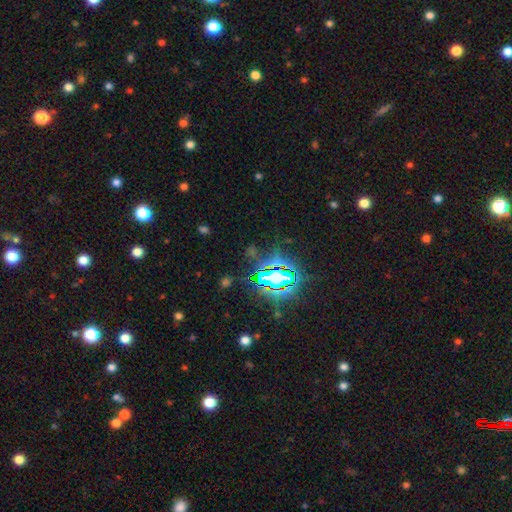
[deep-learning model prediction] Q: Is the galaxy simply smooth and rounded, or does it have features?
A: star or artifact — 79%.